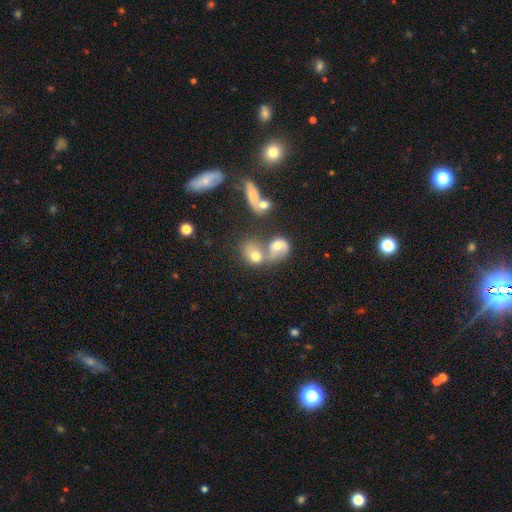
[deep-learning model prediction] Smooth or featured: smooth — 63% (featured or disk — 24%)
How rounded: in between — 54% (round — 44%)
Merging: merger — 62% (none — 21%)